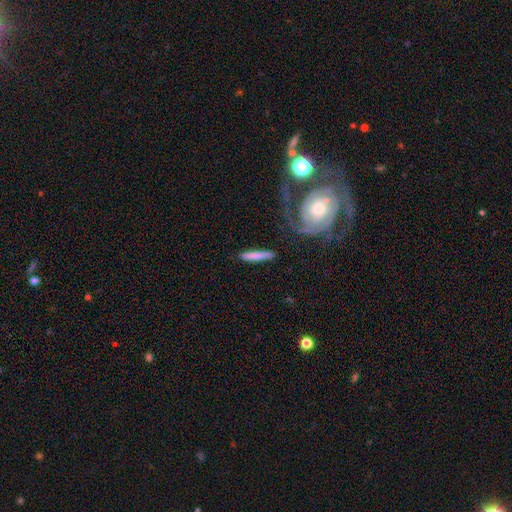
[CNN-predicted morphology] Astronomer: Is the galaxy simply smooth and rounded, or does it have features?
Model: smooth — 71%.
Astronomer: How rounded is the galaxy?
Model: cigar-shaped — 92%.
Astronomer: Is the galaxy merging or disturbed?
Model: none — 81%.